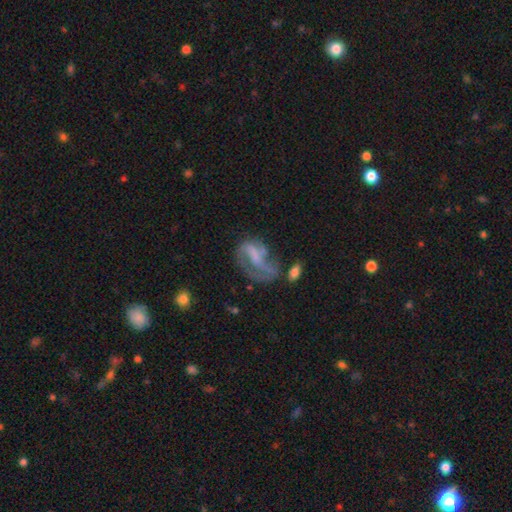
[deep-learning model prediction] smooth_or_featured: featured or disk (p=0.65) [alt: smooth p=0.24]
disk_edge_on: no (p=0.96) [alt: yes p=0.04]
bar: no (p=0.41) [alt: weak p=0.35]
has_spiral_arms: yes (p=0.68) [alt: no p=0.32]
bulge_size: none (p=0.57) [alt: small p=0.22]
merging: major disturbance (p=0.40) [alt: none p=0.30]